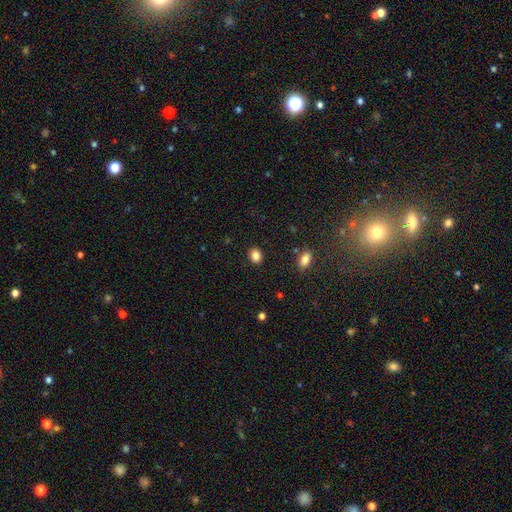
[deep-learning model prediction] Smooth or featured: smooth — 85% (star or artifact — 10%)
How rounded: round — 62% (in between — 37%)
Merging: none — 89% (minor disturbance — 7%)